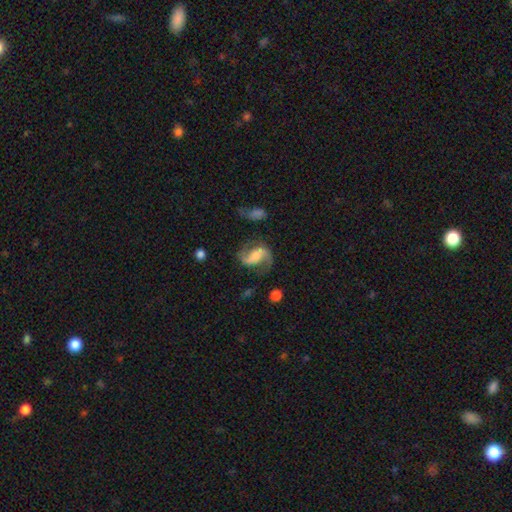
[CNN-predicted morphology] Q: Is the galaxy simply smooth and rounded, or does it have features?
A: featured or disk — 86%.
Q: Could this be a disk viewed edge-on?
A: no — 97%.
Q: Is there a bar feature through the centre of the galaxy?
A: weak — 40%.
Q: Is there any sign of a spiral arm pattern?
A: yes — 96%.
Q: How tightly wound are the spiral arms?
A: loose — 47%.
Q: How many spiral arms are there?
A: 2 — 92%.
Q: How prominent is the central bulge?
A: moderate — 38%.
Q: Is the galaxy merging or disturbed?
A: none — 71%.